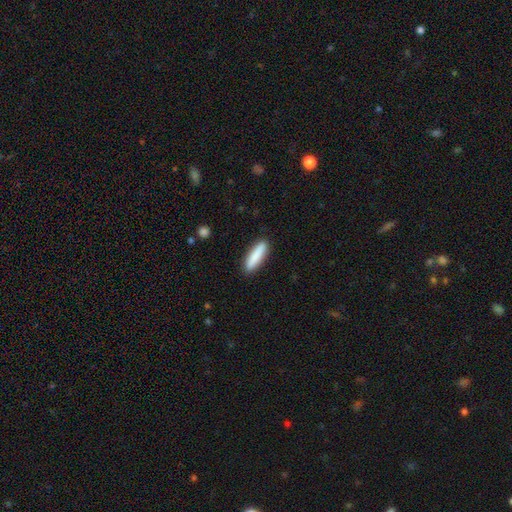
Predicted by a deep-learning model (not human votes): A smooth galaxy with no disk features (85%) that is cigar-shaped (76%). Merging: none (90%).